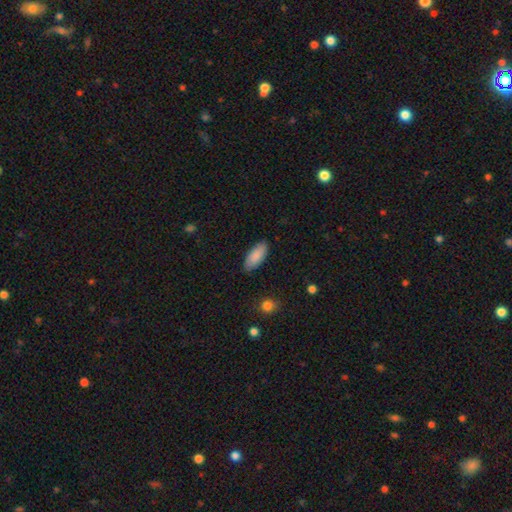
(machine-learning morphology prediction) This is clearly a smooth galaxy (88%). How rounded: clearly in between (86%). Merging: clearly none (85%).